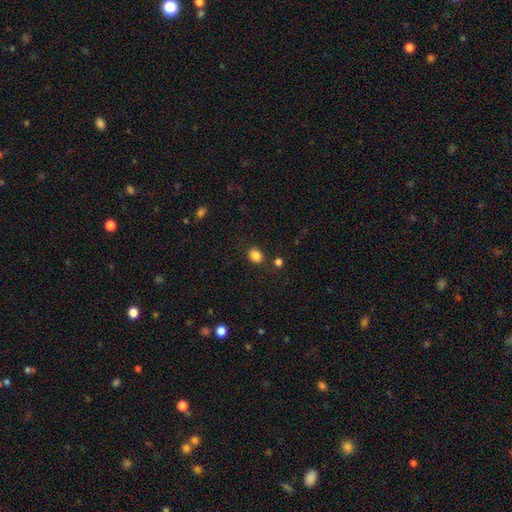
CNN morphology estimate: smooth-or-featured: smooth: 85% | star or artifact: 11% | featured or disk: 4%
  how-rounded: in between: 50% (tied) | round: 50% (tied) | cigar-shaped: 1%
  merging: none: 80% | minor disturbance: 11% | merger: 5% | major disturbance: 4%